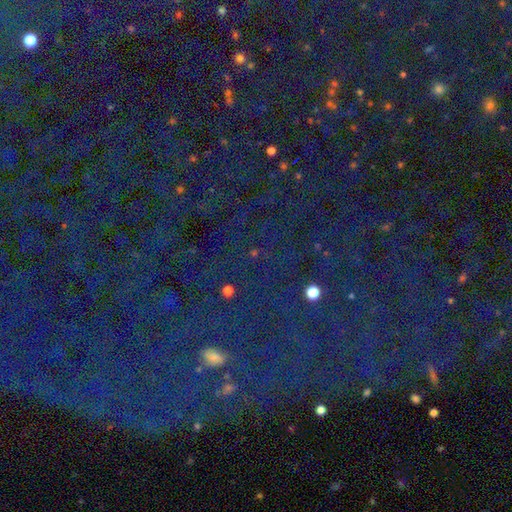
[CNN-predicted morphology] Smooth or featured? Predicted: star or artifact (p=0.83).